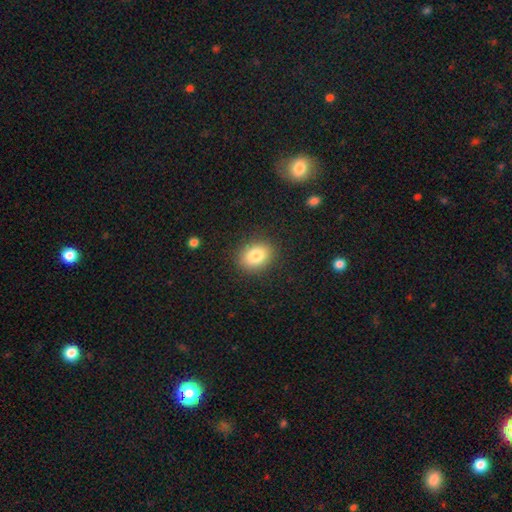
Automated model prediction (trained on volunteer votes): Q: Smooth or featured?
A: smooth (82%); runner-up: star or artifact (9%)
Q: How rounded?
A: in between (56%); runner-up: round (43%)
Q: Merging?
A: none (88%); runner-up: minor disturbance (8%)